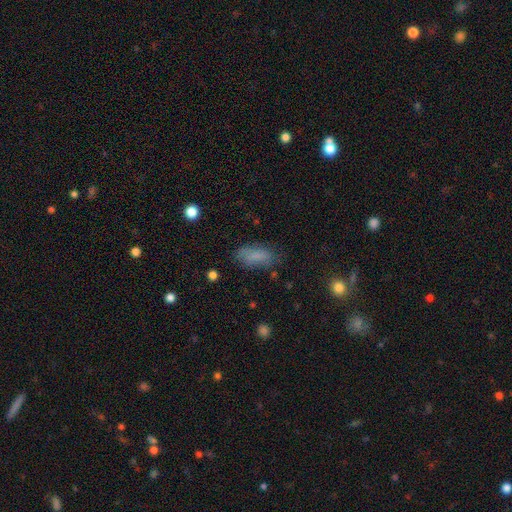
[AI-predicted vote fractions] This is likely a smooth galaxy (79%). How rounded: clearly in between (81%). Merging: likely none (72%).